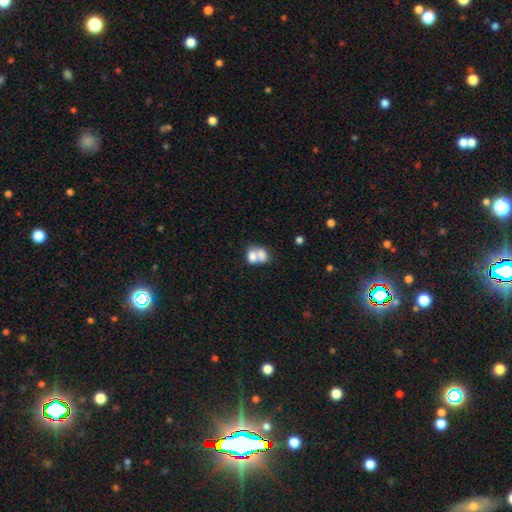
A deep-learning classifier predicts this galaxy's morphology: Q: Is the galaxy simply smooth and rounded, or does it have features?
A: smooth — 72%.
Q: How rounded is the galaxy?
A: in between — 68%.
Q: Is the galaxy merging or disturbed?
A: merger — 70%.